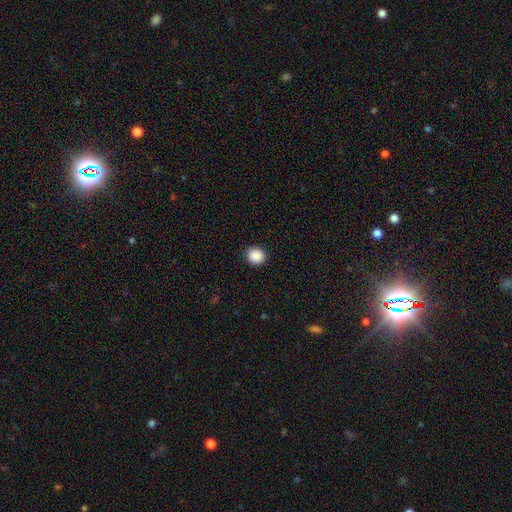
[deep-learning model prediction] A smooth galaxy with no disk features (89%) that is round (88%).

Vote fractions:
- Smooth or featured? smooth: 89% / star or artifact: 9% / featured or disk: 2%
- How rounded? round: 88% / in between: 11% / cigar-shaped: 1%
- Merging? none: 92% / minor disturbance: 5% / major disturbance: 2% / merger: 1%